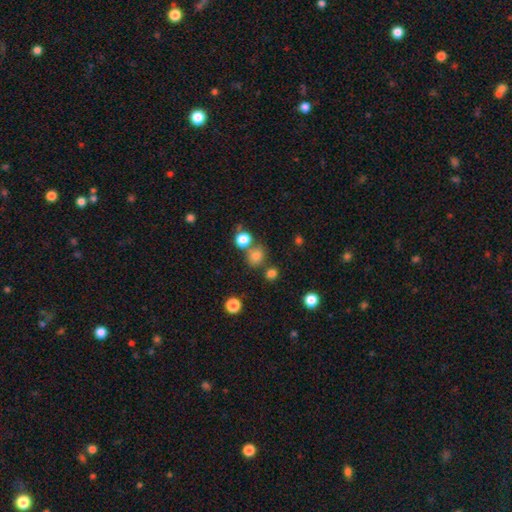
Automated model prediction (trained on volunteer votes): This is likely a smooth galaxy (76%). How rounded: likely round (78%). Merging: likely none (67%).